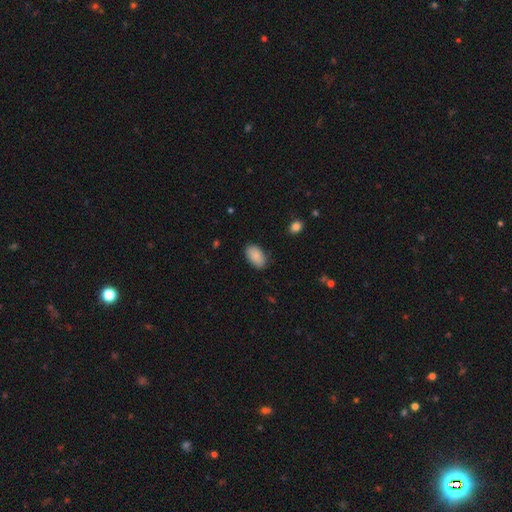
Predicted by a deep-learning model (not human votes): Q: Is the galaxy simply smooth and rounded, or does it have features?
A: smooth — 89%.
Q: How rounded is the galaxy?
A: in between — 94%.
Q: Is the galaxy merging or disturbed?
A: none — 84%.